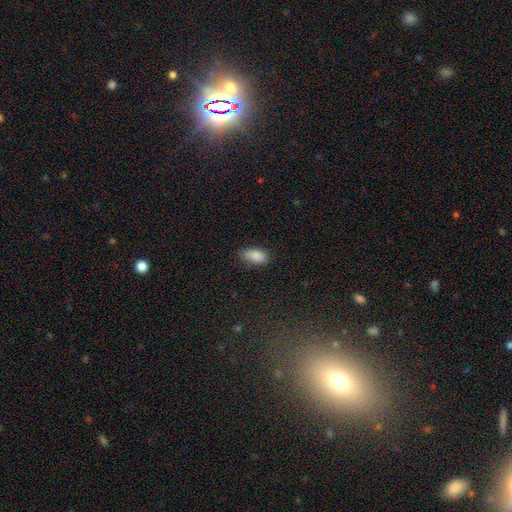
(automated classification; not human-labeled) Smooth or featured? Predicted: smooth (p=0.87). How rounded? Predicted: in between (p=0.90). Merging? Predicted: none (p=0.73).